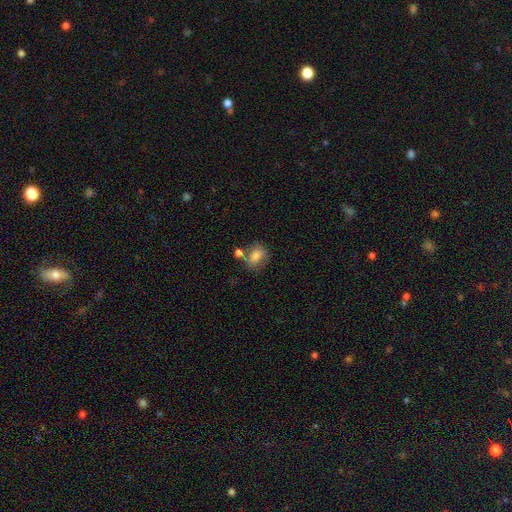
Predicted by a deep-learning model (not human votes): This is likely a smooth galaxy (74%). How rounded: likely in between (61%). Merging: possibly none (54%).